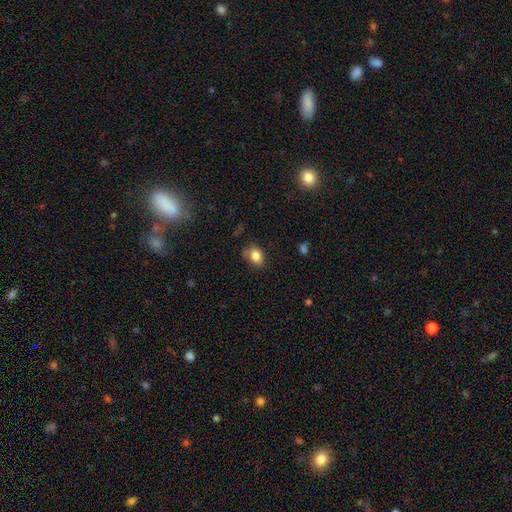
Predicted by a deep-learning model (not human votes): Smooth or featured? smooth (83%)
How rounded? in between (70%)
Merging? none (63%)